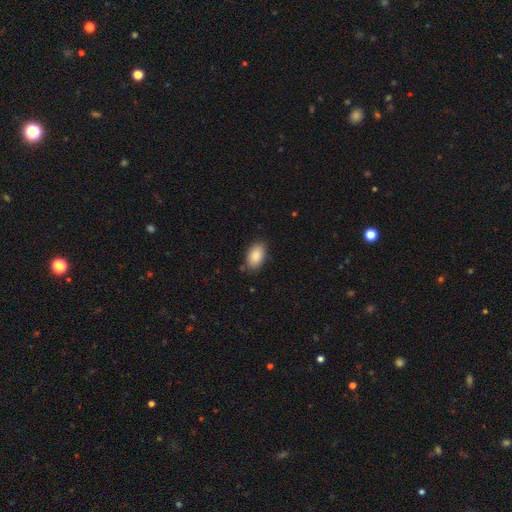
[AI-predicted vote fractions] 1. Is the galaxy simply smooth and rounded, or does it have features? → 88% smooth, 7% star or artifact, 5% featured or disk.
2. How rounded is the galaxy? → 93% in between, 6% round, 2% cigar-shaped.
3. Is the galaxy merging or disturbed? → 82% none, 13% minor disturbance, 3% major disturbance, 2% merger.